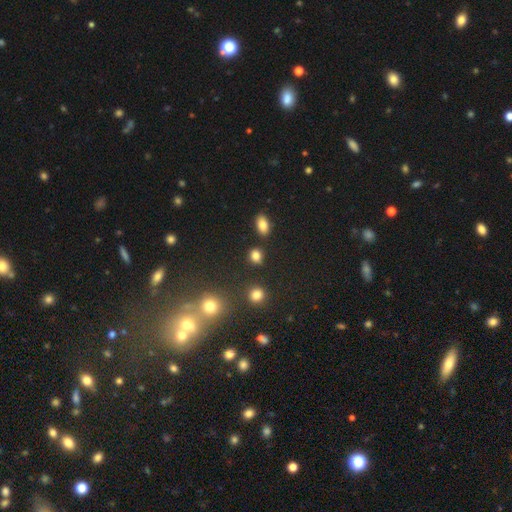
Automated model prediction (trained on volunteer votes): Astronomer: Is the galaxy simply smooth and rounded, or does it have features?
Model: smooth — 82%.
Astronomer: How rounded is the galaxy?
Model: round — 56% (runner-up: in between, 43%).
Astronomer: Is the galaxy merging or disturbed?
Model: none — 81%.